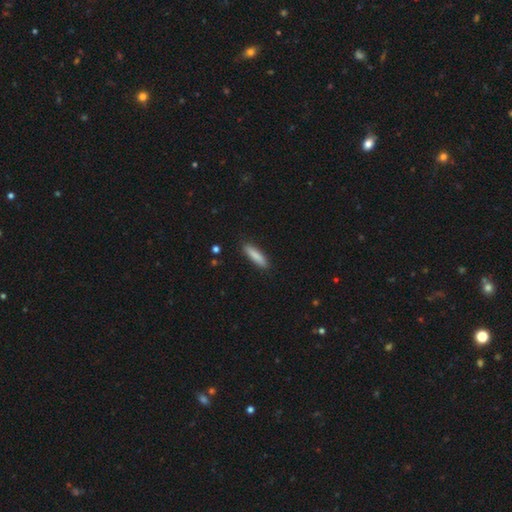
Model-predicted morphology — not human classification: This appears to be a smooth galaxy with no disk features (85%) that is cigar-shaped (77%). Merging: none (88%).